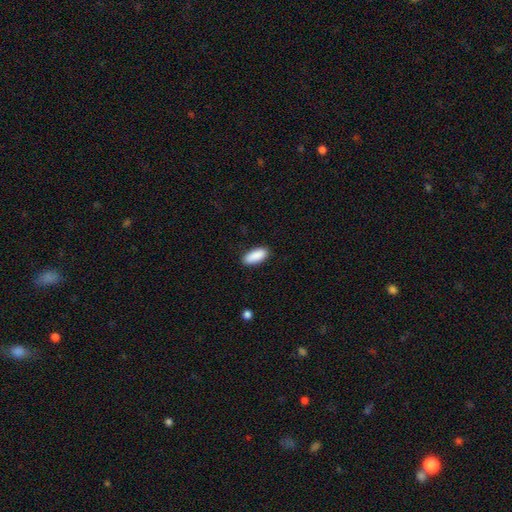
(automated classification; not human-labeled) Q: Smooth or featured?
A: smooth (91%); runner-up: star or artifact (6%)
Q: How rounded?
A: in between (86%); runner-up: cigar-shaped (13%)
Q: Merging?
A: none (89%); runner-up: minor disturbance (8%)